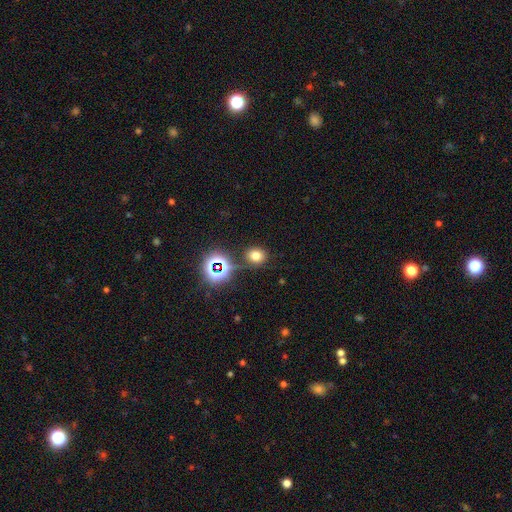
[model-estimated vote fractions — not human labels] smooth_or_featured: smooth (p=0.67) [alt: star or artifact p=0.24]
how_rounded: round (p=0.65) [alt: in between p=0.34]
merging: none (p=0.78) [alt: minor disturbance p=0.12]